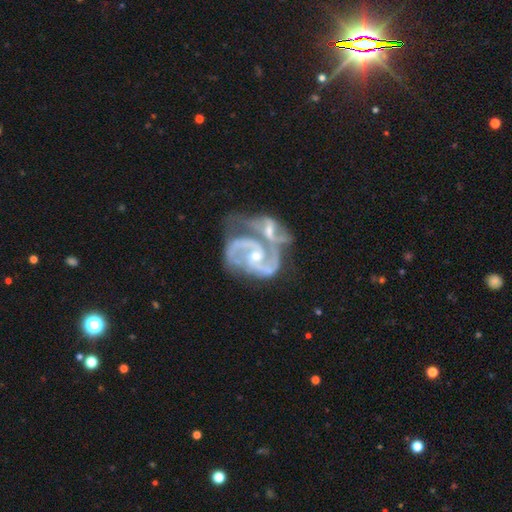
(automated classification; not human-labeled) Overall: featured or disk (92%). Edge-on disk: no (98%). Bar: no (47%; weak 39%). Spiral arms: yes (97%). Spiral arm count: 2 (82%). Spiral winding: medium (56%; tight 30%). Bulge size: moderate (49%; small 47%). Merging: merger (64%).